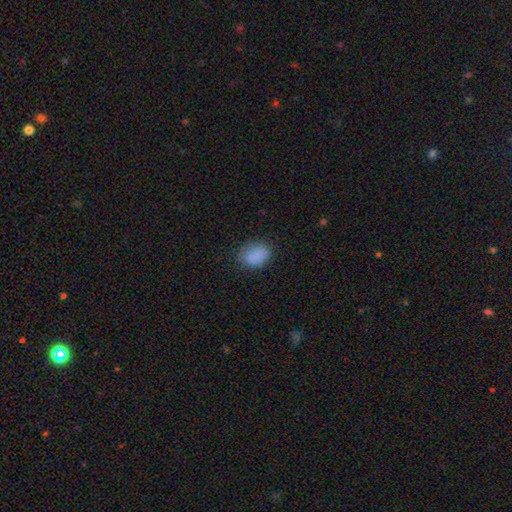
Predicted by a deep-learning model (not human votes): smooth-or-featured: smooth: 86% | star or artifact: 9% | featured or disk: 5%
  how-rounded: in between: 67% | round: 32% | cigar-shaped: 1%
  merging: none: 77% | minor disturbance: 17% | major disturbance: 5% | merger: 1%